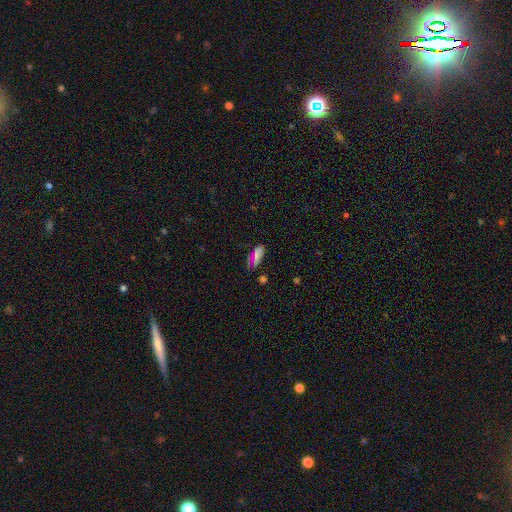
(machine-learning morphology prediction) Smooth or featured?
  - smooth: 62% *
  - star or artifact: 20%
  - featured or disk: 18%
How rounded?
  - in between: 81% *
  - cigar-shaped: 14%
  - round: 5%
Merging?
  - none: 63% *
  - minor disturbance: 24%
  - major disturbance: 9%
  - merger: 4%